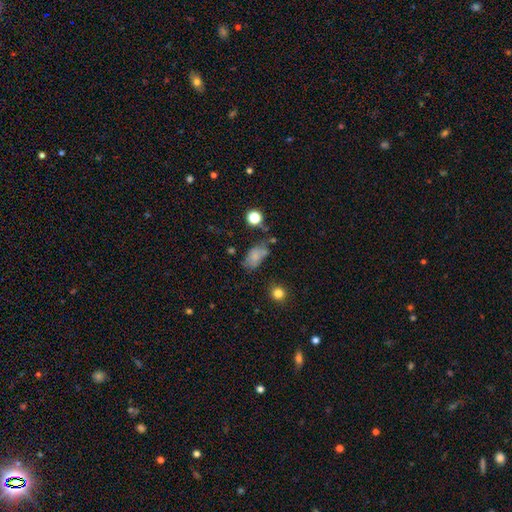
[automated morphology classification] Smooth or featured?
  - smooth: 71% *
  - featured or disk: 16%
  - star or artifact: 13%
How rounded?
  - in between: 87% *
  - round: 9%
  - cigar-shaped: 3%
Merging?
  - none: 44% *
  - minor disturbance: 30%
  - major disturbance: 15%
  - merger: 11%